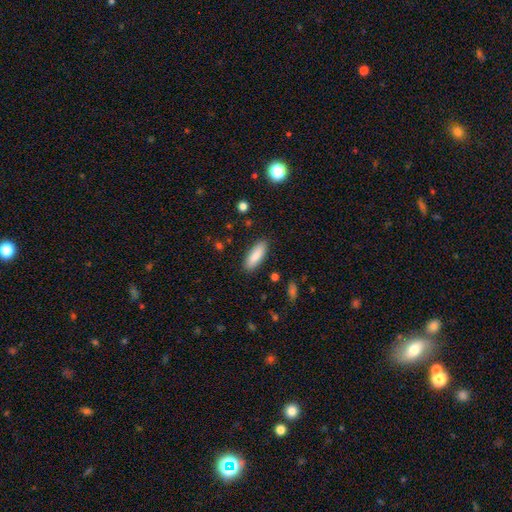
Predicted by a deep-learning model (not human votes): This is clearly a smooth galaxy (85%). How rounded: likely in between (60%). Merging: clearly none (87%).